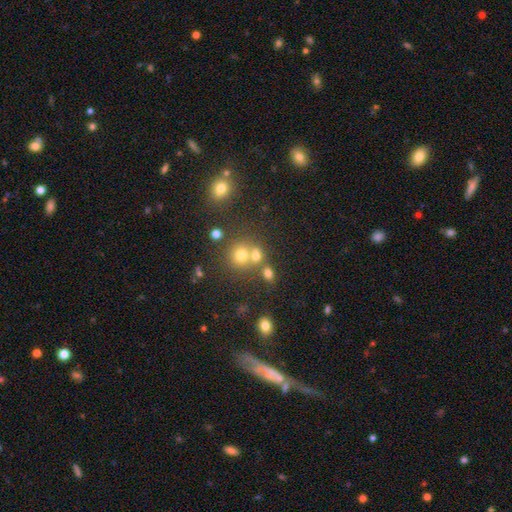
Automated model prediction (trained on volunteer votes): This is likely a smooth galaxy (67%). How rounded: likely round (69%). Merging: possibly none (47%).